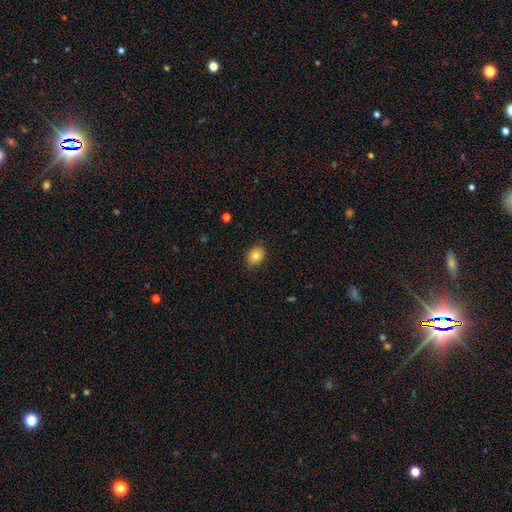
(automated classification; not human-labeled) smooth_or_featured: smooth (p=0.80) [alt: featured or disk p=0.11]
how_rounded: in between (p=0.56) [alt: round p=0.43]
merging: none (p=0.86) [alt: minor disturbance p=0.11]